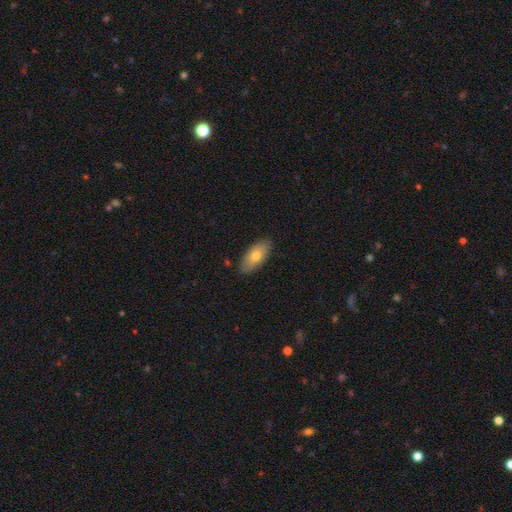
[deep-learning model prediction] This appears to be a smooth galaxy with no disk features (73%) that is in between round and cigar-shaped (90%). Merging: none (86%).